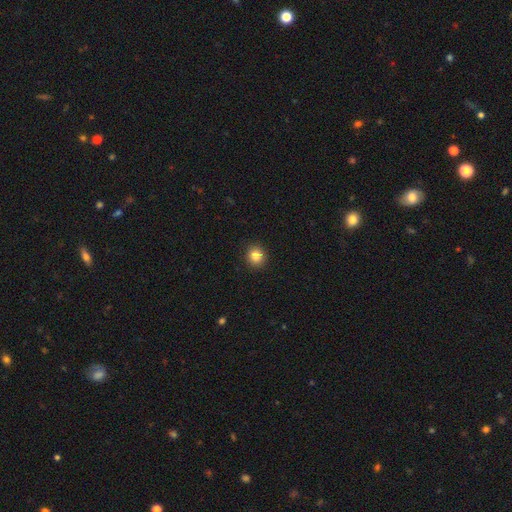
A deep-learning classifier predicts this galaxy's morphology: smooth-or-featured: smooth: 84% | star or artifact: 11% | featured or disk: 5%
  how-rounded: round: 85% | in between: 14% | cigar-shaped: 1%
  merging: none: 92% | minor disturbance: 6% | major disturbance: 2% | merger: 1%